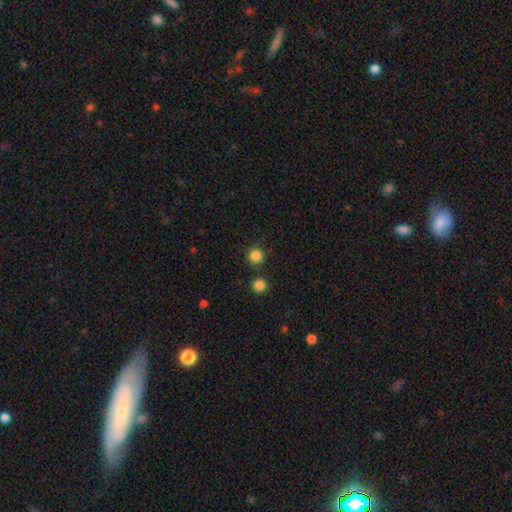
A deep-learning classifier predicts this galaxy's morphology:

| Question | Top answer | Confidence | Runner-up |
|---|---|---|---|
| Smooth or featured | smooth | 85% | star or artifact (12%) |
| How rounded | round | 95% | in between (4%) |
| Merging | none | 86% | minor disturbance (6%) |